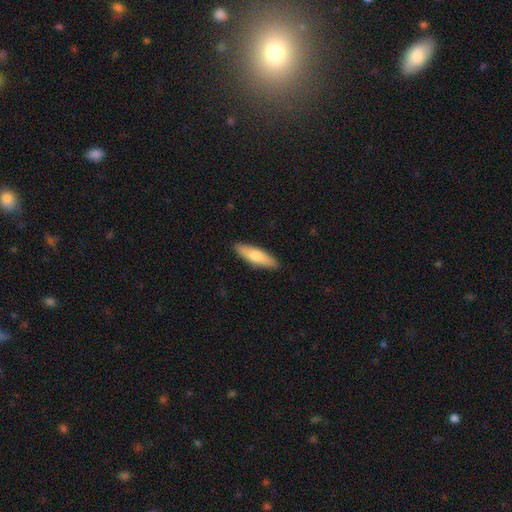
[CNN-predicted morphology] Smooth or featured: smooth — 68% (featured or disk — 27%)
How rounded: cigar-shaped — 56% (in between — 42%)
Merging: none — 90% (minor disturbance — 8%)